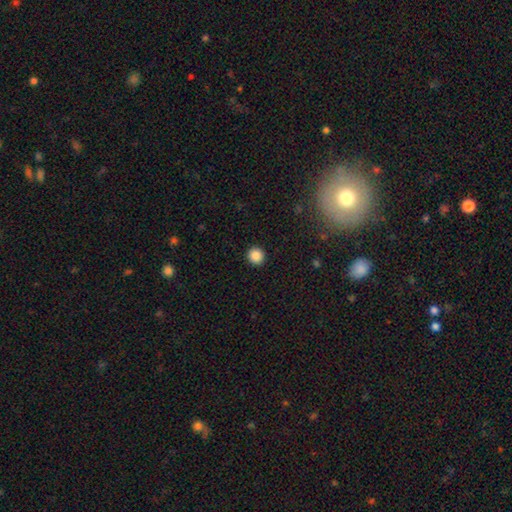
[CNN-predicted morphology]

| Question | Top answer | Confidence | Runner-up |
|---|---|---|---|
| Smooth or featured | smooth | 87% | star or artifact (10%) |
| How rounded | round | 93% | in between (6%) |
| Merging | none | 93% | minor disturbance (4%) |